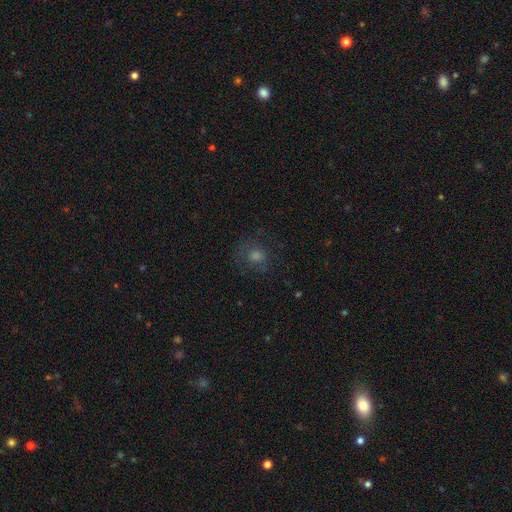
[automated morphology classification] smooth_or_featured: smooth (p=0.57) [alt: star or artifact p=0.25]
how_rounded: round (p=0.81) [alt: in between p=0.18]
merging: none (p=0.74) [alt: minor disturbance p=0.15]